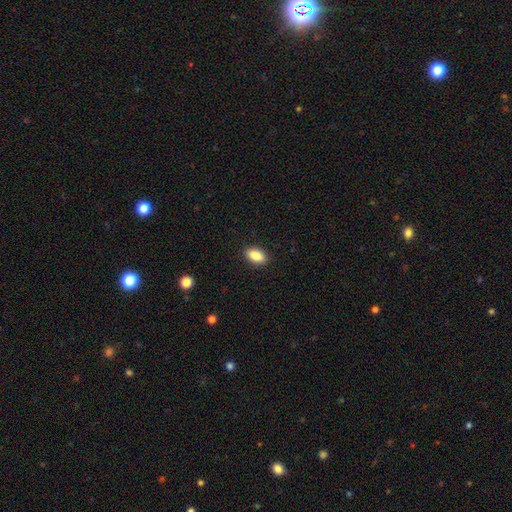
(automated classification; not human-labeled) smooth_or_featured: smooth (p=0.88) [alt: star or artifact p=0.07]
how_rounded: in between (p=0.91) [alt: round p=0.05]
merging: none (p=0.90) [alt: minor disturbance p=0.07]